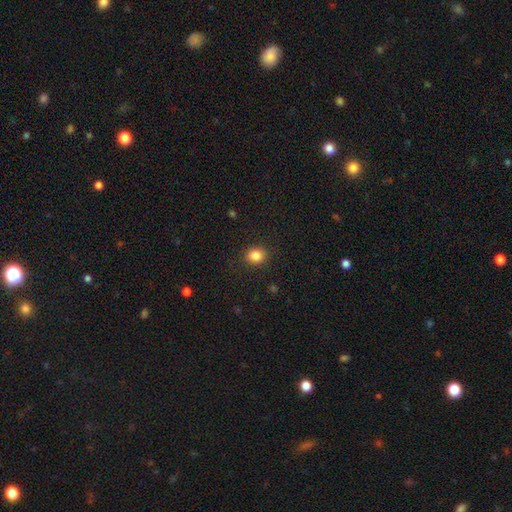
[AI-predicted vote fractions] Morphology: type=smooth (85%); roundness=round (71%); merging=none (89%).